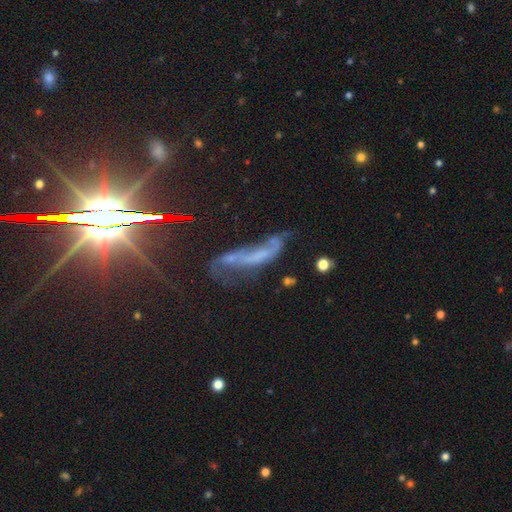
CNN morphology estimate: type=featured or disk (53%); edge-on=no (74%); merging=major disturbance (36%).